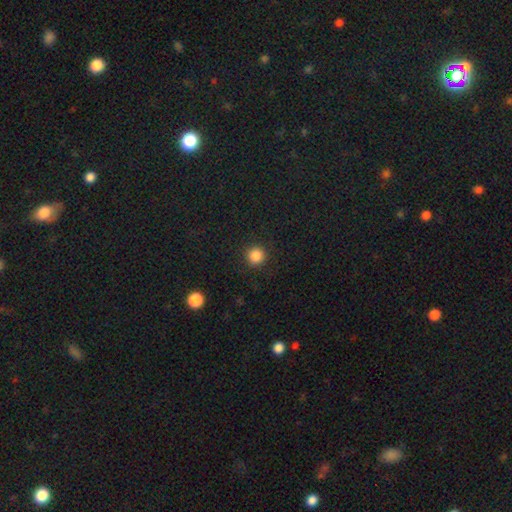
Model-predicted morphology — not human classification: Smooth or featured? Predicted: smooth (p=0.86). How rounded? Predicted: round (p=0.94). Merging? Predicted: none (p=0.92).